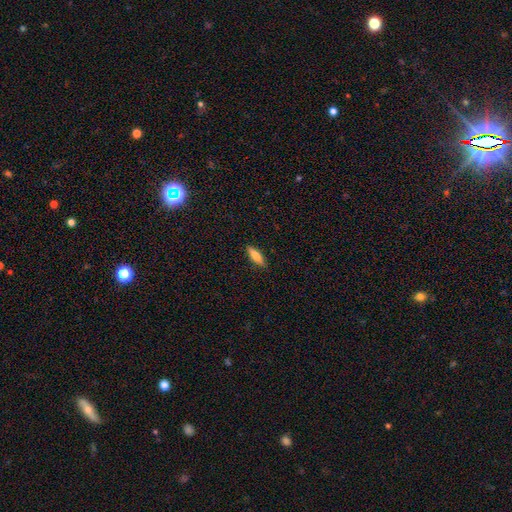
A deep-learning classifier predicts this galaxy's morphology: smooth-or-featured: smooth: 71% | featured or disk: 23% | star or artifact: 6%
  how-rounded: cigar-shaped: 59% | in between: 39% | round: 2%
  merging: none: 89% | minor disturbance: 8% | major disturbance: 2% | merger: 1%